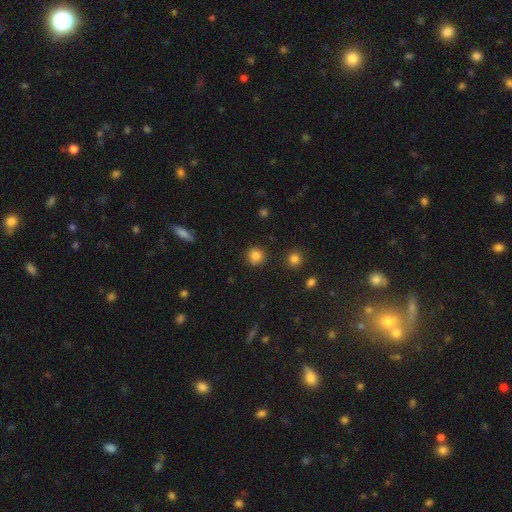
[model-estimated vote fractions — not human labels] Smooth or featured? smooth (84%)
How rounded? round (91%)
Merging? none (84%)